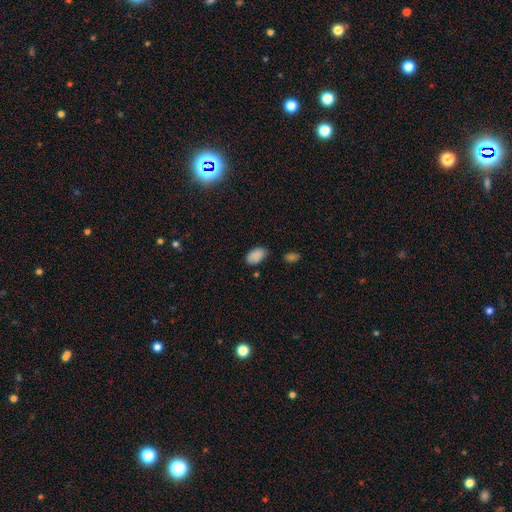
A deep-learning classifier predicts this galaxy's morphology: Q: Smooth or featured?
A: smooth (87%); runner-up: star or artifact (9%)
Q: How rounded?
A: in between (92%); runner-up: round (6%)
Q: Merging?
A: none (70%); runner-up: minor disturbance (22%)